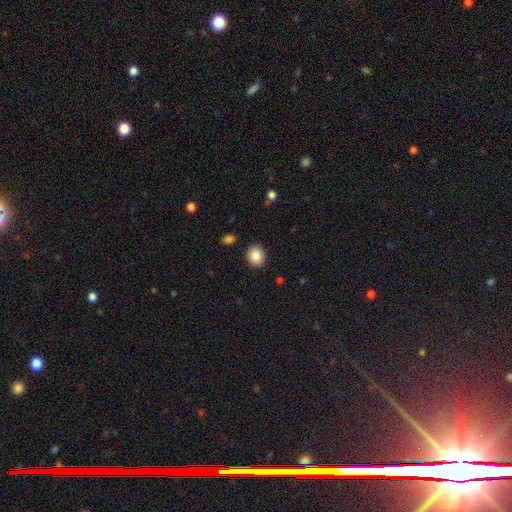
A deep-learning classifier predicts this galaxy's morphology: Smooth or featured: smooth — 86% (star or artifact — 9%)
How rounded: round — 80% (in between — 19%)
Merging: none — 91% (minor disturbance — 6%)